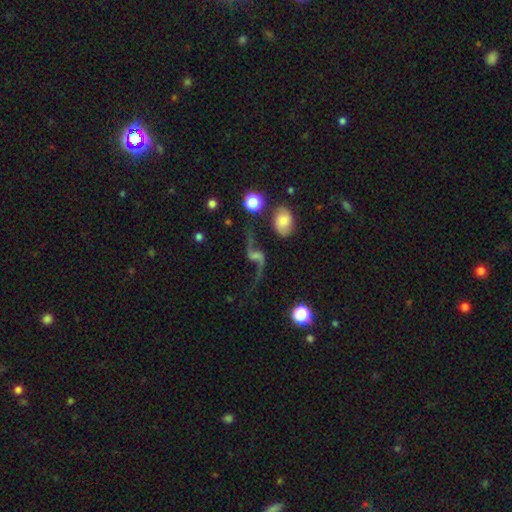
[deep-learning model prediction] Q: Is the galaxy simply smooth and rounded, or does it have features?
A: featured or disk — 80%.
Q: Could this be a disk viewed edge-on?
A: no — 96%.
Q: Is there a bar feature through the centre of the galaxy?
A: no — 45%.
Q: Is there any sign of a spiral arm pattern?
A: yes — 93%.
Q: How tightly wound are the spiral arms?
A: loose — 92%.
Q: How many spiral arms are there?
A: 2 — 91%.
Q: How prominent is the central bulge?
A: none — 37%.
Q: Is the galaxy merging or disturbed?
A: none — 55%.